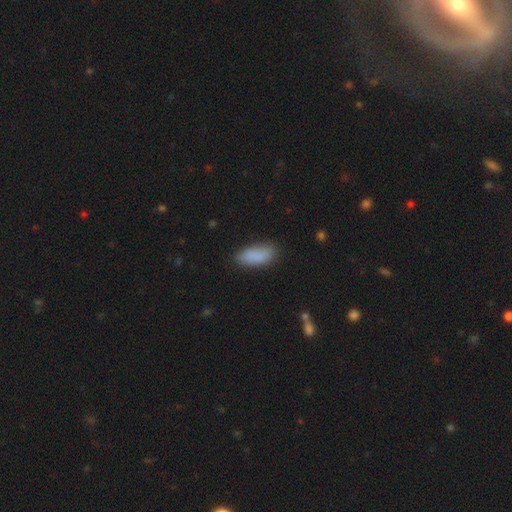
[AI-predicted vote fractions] This appears to be a smooth galaxy with no disk features (88%) that is in between round and cigar-shaped (84%). Merging: none (81%).